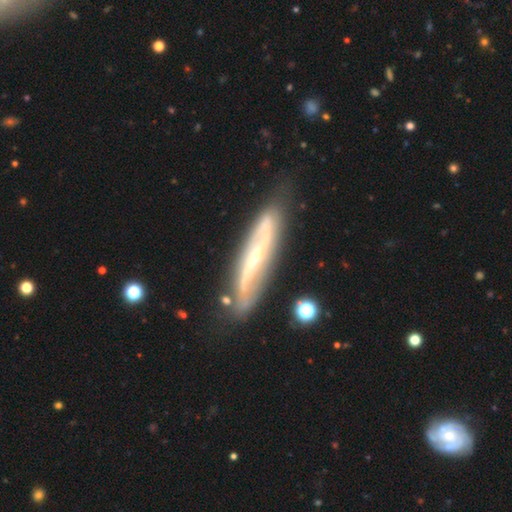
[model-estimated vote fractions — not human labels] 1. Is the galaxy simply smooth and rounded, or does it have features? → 83% featured or disk, 12% smooth, 5% star or artifact.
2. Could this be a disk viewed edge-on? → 68% no, 32% yes.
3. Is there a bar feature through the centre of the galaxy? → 38% strong, 34% weak, 28% no.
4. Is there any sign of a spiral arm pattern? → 92% yes, 8% no.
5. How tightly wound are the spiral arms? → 51% loose, 32% medium, 17% tight.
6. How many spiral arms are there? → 86% 2, 8% can't tell, 2% 1, 1% 3, 1% 4, 1% more than 4.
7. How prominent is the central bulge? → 68% small, 24% moderate, 4% none, 2% large, 1% dominant.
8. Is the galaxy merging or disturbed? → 77% none, 16% minor disturbance, 4% major disturbance, 3% merger.